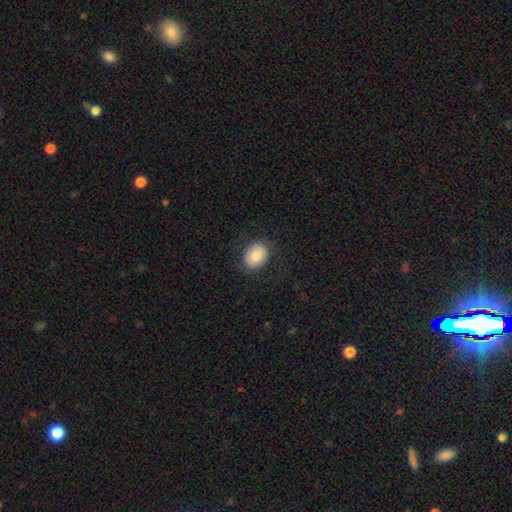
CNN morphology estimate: A smooth galaxy with no disk features (78%) that is round (52%). Merging: none (81%).